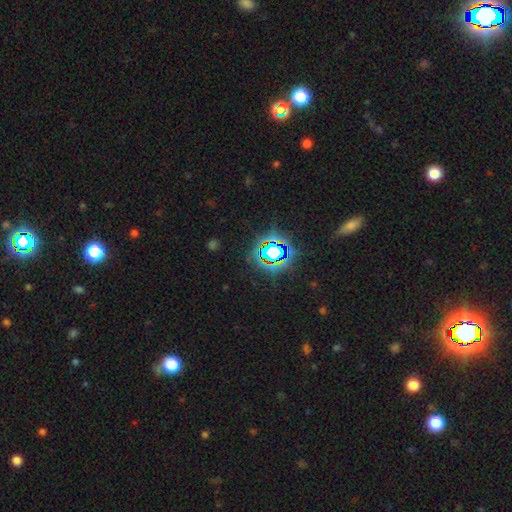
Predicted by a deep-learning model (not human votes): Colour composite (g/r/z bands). It shows a star or artifact, not a galaxy (77%).